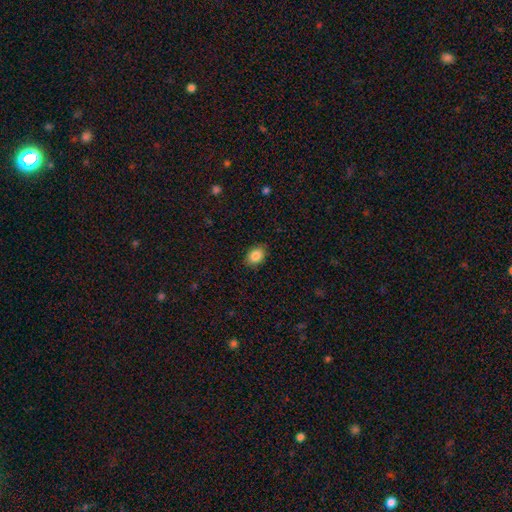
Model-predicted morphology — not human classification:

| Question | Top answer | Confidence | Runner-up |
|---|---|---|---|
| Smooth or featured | smooth | 86% | star or artifact (8%) |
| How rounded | in between | 74% | round (24%) |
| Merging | none | 85% | minor disturbance (11%) |